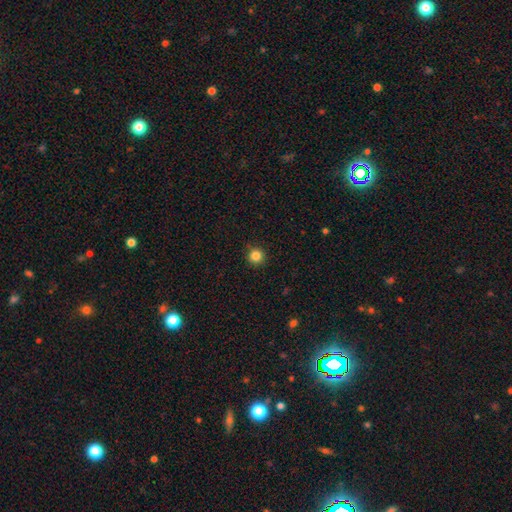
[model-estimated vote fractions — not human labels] Smooth or featured? Predicted: smooth (p=0.85). How rounded? Predicted: round (p=0.95). Merging? Predicted: none (p=0.91).